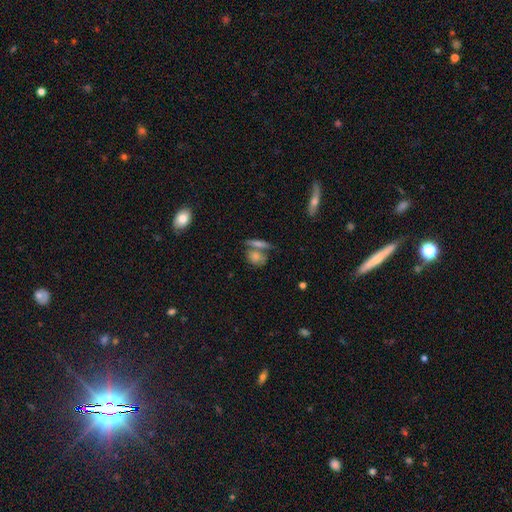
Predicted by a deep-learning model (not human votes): Morphology: type=smooth (56%); roundness=in between (57%); merging=none (46%).